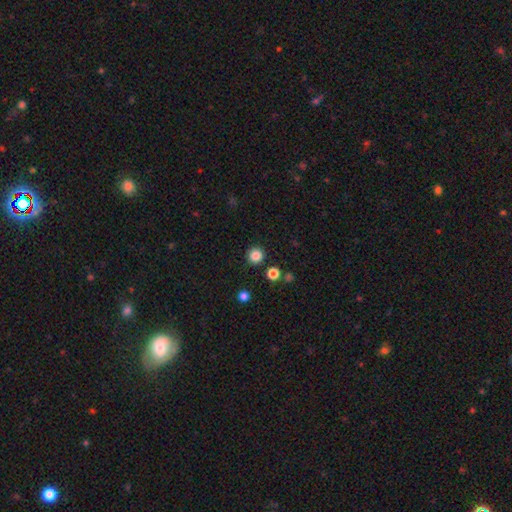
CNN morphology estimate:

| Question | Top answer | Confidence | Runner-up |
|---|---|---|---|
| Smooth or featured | smooth | 85% | star or artifact (12%) |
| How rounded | round | 95% | in between (4%) |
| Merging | none | 91% | minor disturbance (5%) |